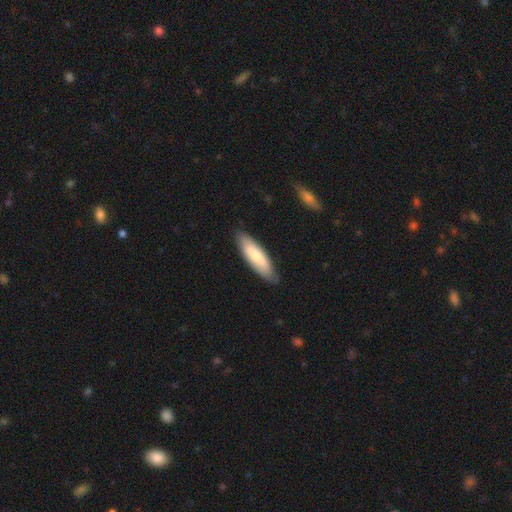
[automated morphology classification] A smooth galaxy with no disk features (70%) that is cigar-shaped (51%). Merging: none (82%).